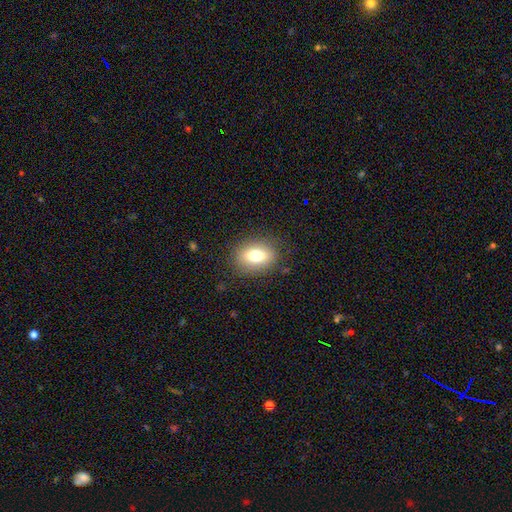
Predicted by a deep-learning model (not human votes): This is likely a smooth galaxy (75%). How rounded: likely in between (74%). Merging: clearly none (84%).